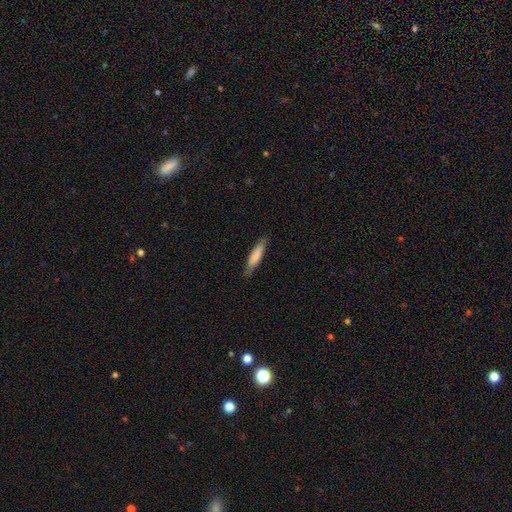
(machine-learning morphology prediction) Smooth or featured? smooth (77%)
How rounded? cigar-shaped (82%)
Merging? none (83%)